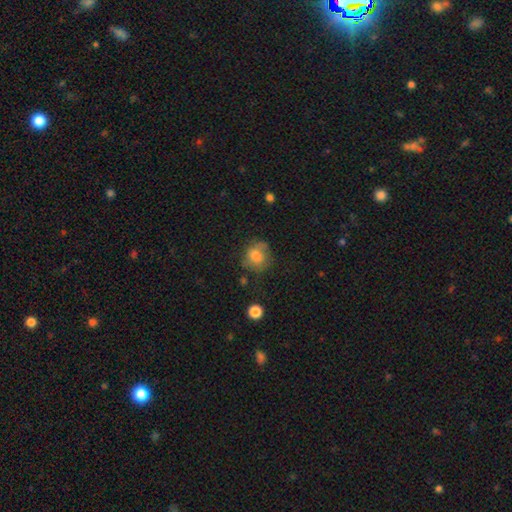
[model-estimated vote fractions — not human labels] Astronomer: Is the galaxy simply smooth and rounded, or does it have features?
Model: smooth — 69%.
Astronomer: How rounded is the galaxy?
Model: round — 71%.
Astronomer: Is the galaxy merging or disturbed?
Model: none — 53%.